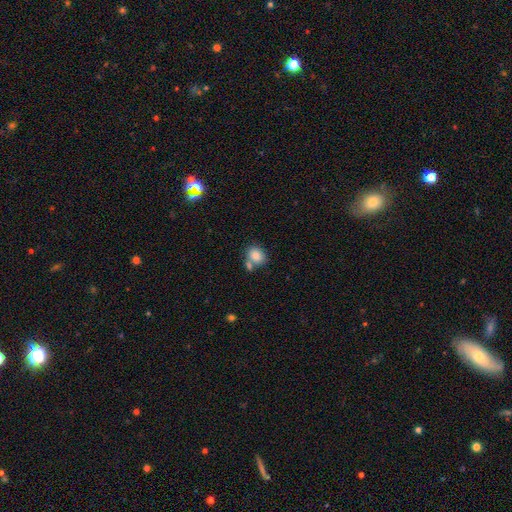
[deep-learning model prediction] Smooth or featured: smooth — 83% (star or artifact — 9%)
How rounded: round — 57% (in between — 42%)
Merging: none — 52% (merger — 30%)